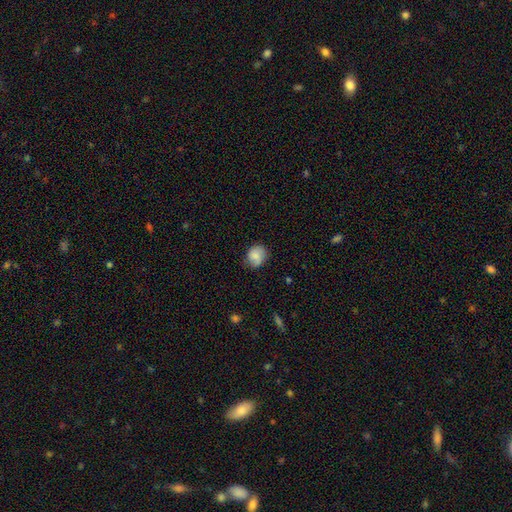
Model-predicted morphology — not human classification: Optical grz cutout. It shows a smooth galaxy with no disk features (73%) that is round (67%). Merging: none (68%).